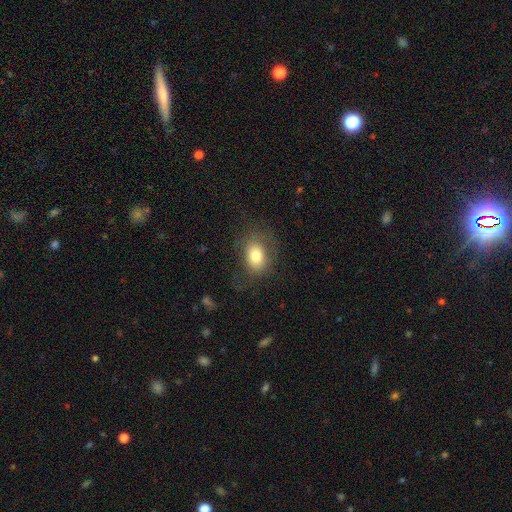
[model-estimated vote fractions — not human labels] smooth_or_featured: smooth (p=0.77) [alt: featured or disk p=0.13]
how_rounded: in between (p=0.73) [alt: round p=0.26]
merging: none (p=0.65) [alt: minor disturbance p=0.20]